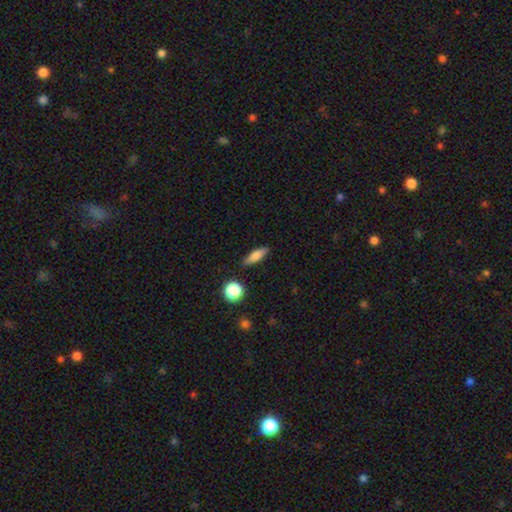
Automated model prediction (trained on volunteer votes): Smooth or featured?
  - smooth: 74% *
  - featured or disk: 17%
  - star or artifact: 9%
How rounded?
  - cigar-shaped: 48% *
  - in between: 46%
  - round: 6%
Merging?
  - none: 87% *
  - minor disturbance: 9%
  - major disturbance: 2%
  - merger: 2%